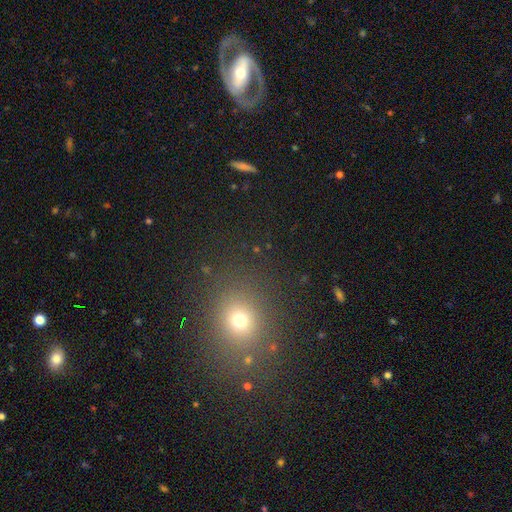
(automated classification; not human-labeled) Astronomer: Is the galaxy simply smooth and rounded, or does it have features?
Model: smooth — 56% (runner-up: star or artifact, 33%).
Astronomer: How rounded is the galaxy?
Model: round — 72%.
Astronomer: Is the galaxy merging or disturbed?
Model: none — 86%.